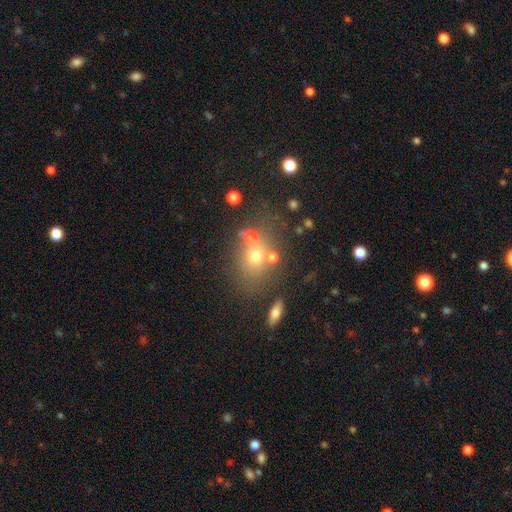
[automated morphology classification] Smooth or featured? smooth (60%)
How rounded? round (61%)
Merging? none (54%)